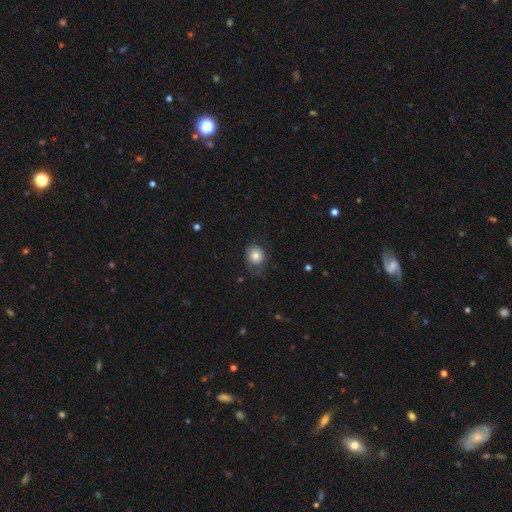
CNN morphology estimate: This appears to be a smooth galaxy with no disk features (76%) that is round (86%). Merging: none (71%).